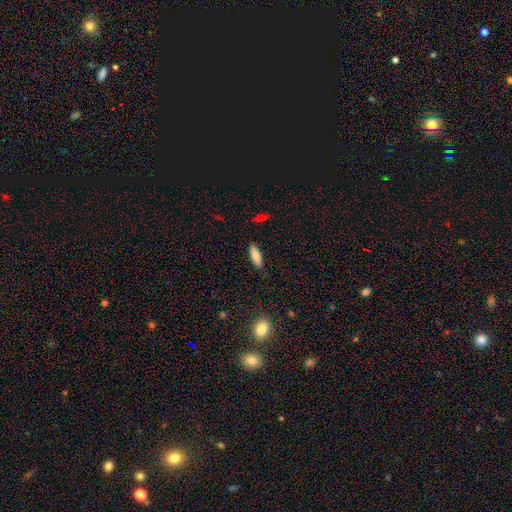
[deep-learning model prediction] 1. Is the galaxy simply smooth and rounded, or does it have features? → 85% smooth, 8% featured or disk, 7% star or artifact.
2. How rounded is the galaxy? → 51% in between, 47% cigar-shaped, 2% round.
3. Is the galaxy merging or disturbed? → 87% none, 10% minor disturbance, 2% major disturbance, 1% merger.